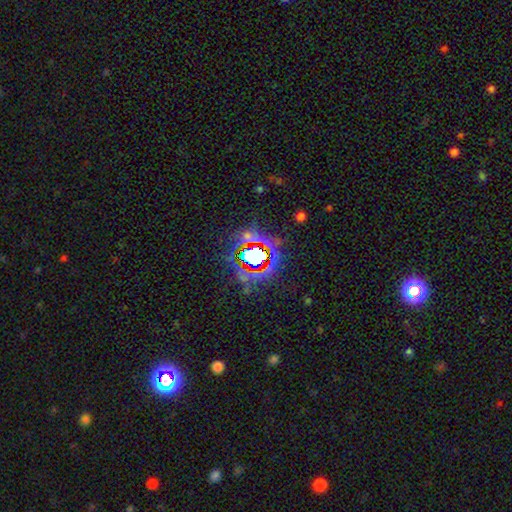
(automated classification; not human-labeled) Q: Smooth or featured?
A: star or artifact (71%); runner-up: smooth (18%)